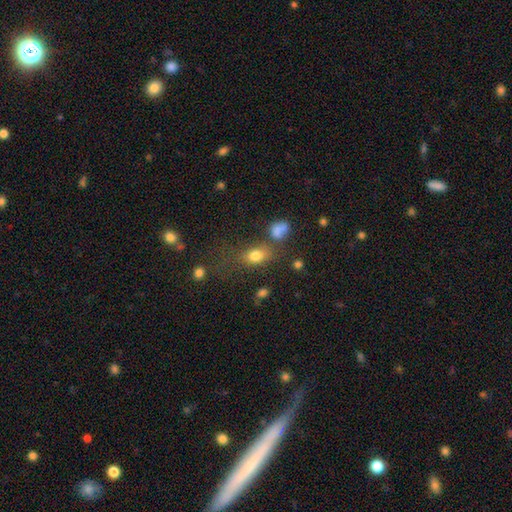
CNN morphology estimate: smooth-or-featured: smooth: 78% | star or artifact: 13% | featured or disk: 9%
  how-rounded: in between: 73% | round: 24% | cigar-shaped: 3%
  merging: none: 57% | minor disturbance: 17% | merger: 14% | major disturbance: 11%